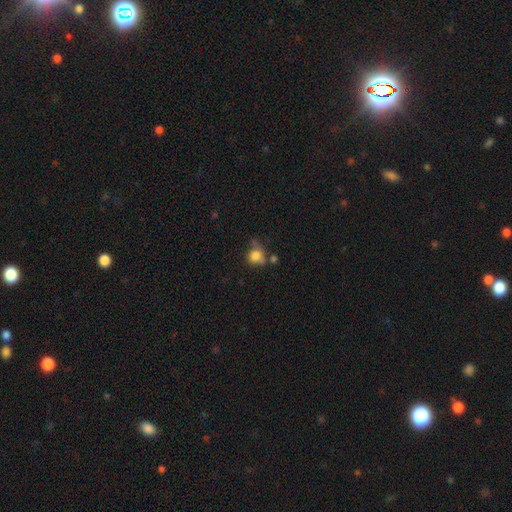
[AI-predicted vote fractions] Morphology: type=smooth (78%); roundness=round (76%); merging=none (45%).